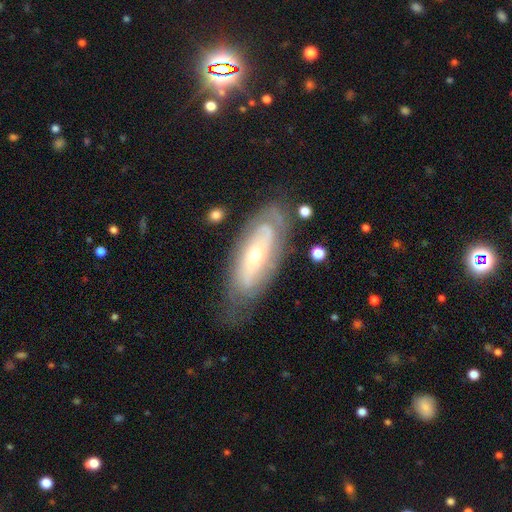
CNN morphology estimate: type=featured or disk (74%); edge-on=no (86%); bar=no (71%); spiral arms=yes (76%); bulge=small (57%); merging=none (71%).